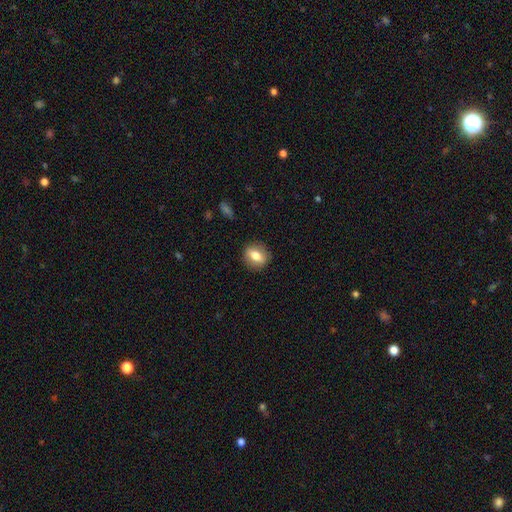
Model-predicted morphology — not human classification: type=smooth (68%); roundness=round (49%); merging=none (86%).